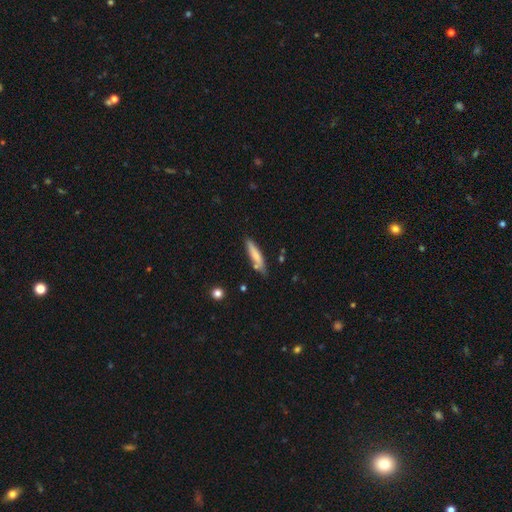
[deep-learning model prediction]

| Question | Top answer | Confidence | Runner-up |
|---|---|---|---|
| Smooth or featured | smooth | 73% | featured or disk (20%) |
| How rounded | cigar-shaped | 83% | in between (16%) |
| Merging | none | 74% | minor disturbance (17%) |